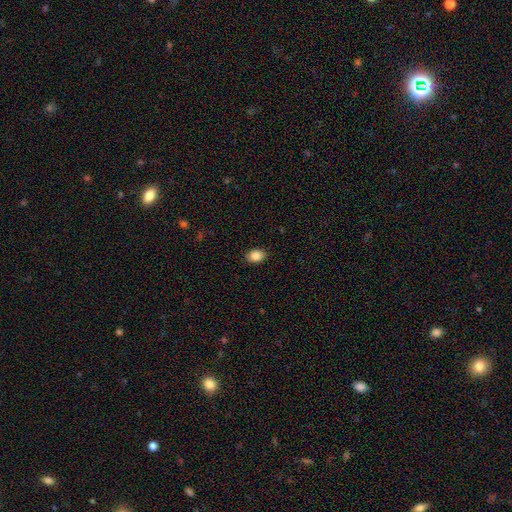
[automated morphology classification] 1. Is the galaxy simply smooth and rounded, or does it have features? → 87% smooth, 8% star or artifact, 5% featured or disk.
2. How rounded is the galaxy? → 73% in between, 26% round, 1% cigar-shaped.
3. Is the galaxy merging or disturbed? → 88% none, 9% minor disturbance, 2% major disturbance, 1% merger.